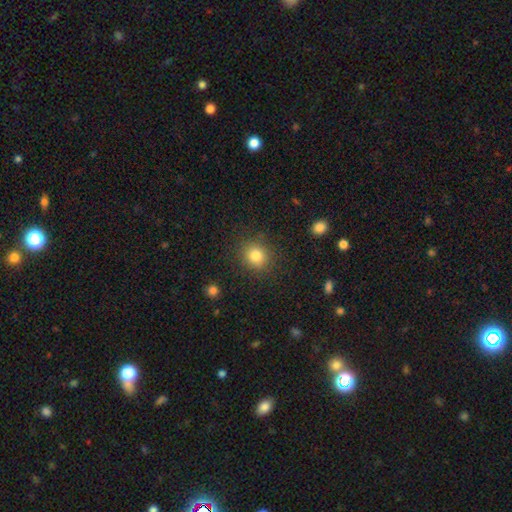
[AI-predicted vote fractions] Overall: smooth (82%). How rounded: round (85%). Merging: none (88%).